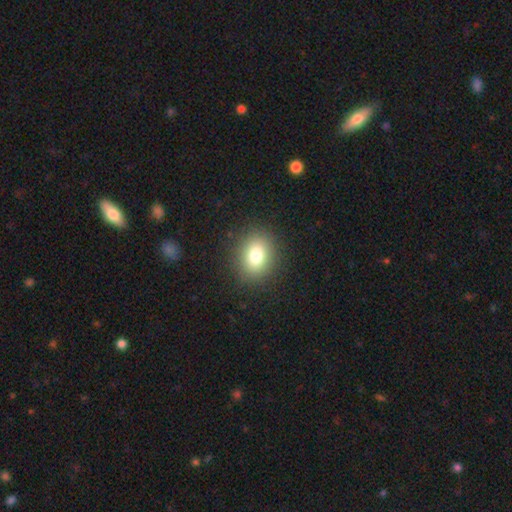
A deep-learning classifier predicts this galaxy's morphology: smooth_or_featured: smooth (p=0.79) [alt: star or artifact p=0.12]
how_rounded: round (p=0.52) [alt: in between p=0.47]
merging: none (p=0.88) [alt: minor disturbance p=0.07]